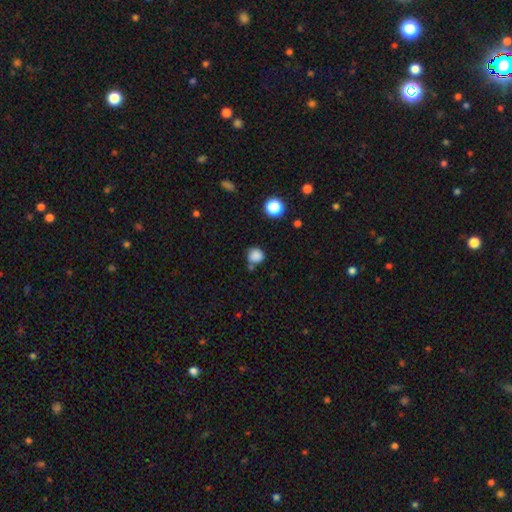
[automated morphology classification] smooth_or_featured: smooth (p=0.84) [alt: star or artifact p=0.11]
how_rounded: round (p=0.83) [alt: in between p=0.16]
merging: none (p=0.64) [alt: minor disturbance p=0.18]